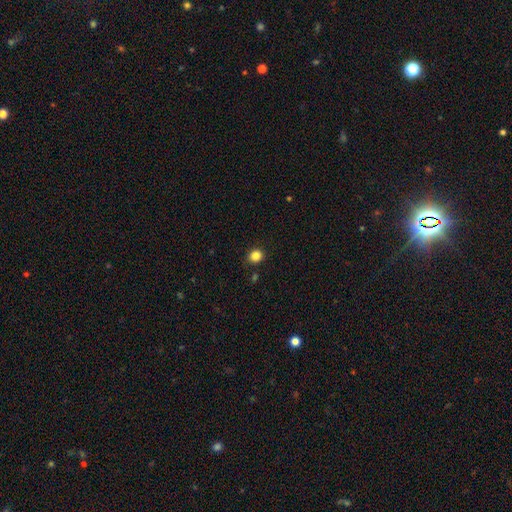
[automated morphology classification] Smooth or featured: smooth — 85% (star or artifact — 11%)
How rounded: round — 80% (in between — 19%)
Merging: none — 89% (minor disturbance — 7%)